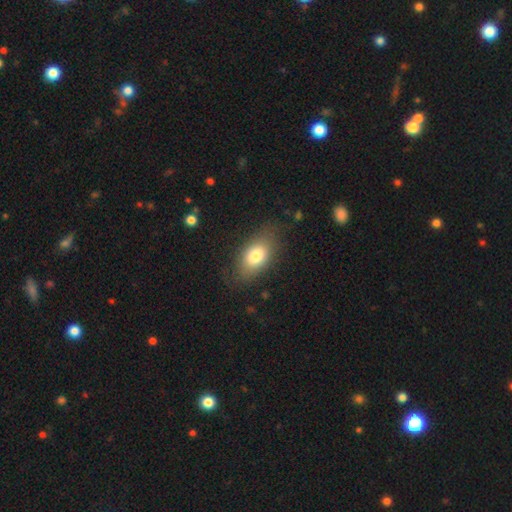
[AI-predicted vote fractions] Q: Smooth or featured?
A: smooth (76%); runner-up: featured or disk (16%)
Q: How rounded?
A: in between (87%); runner-up: round (10%)
Q: Merging?
A: none (77%); runner-up: minor disturbance (16%)